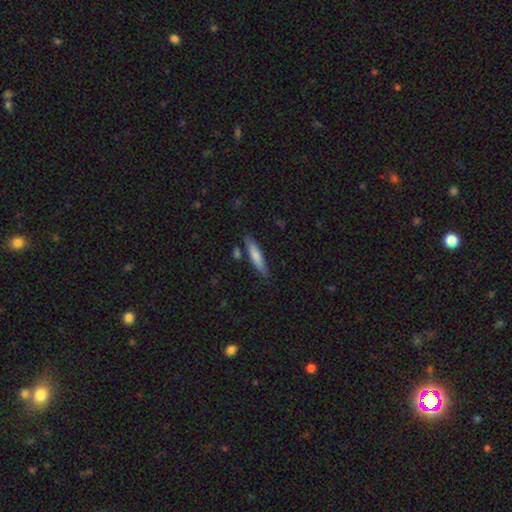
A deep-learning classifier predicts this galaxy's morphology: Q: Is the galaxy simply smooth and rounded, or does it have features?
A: smooth — 70%.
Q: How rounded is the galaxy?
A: cigar-shaped — 84%.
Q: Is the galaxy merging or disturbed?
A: none — 79%.